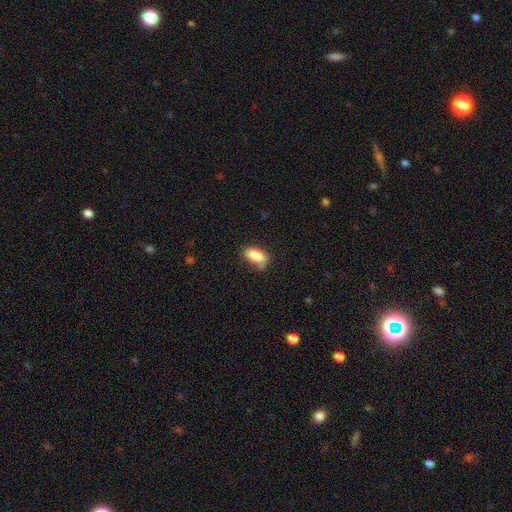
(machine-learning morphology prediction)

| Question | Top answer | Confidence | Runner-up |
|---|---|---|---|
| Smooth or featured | smooth | 84% | featured or disk (8%) |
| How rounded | in between | 89% | cigar-shaped (6%) |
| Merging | none | 64% | minor disturbance (25%) |